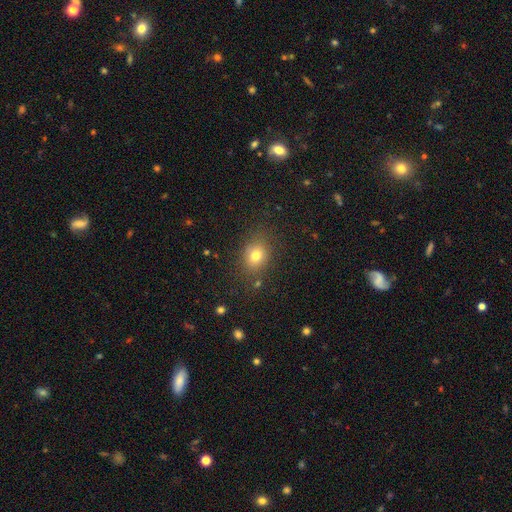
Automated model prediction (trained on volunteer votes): Morphology: type=smooth (76%); roundness=round (54%); merging=none (80%).